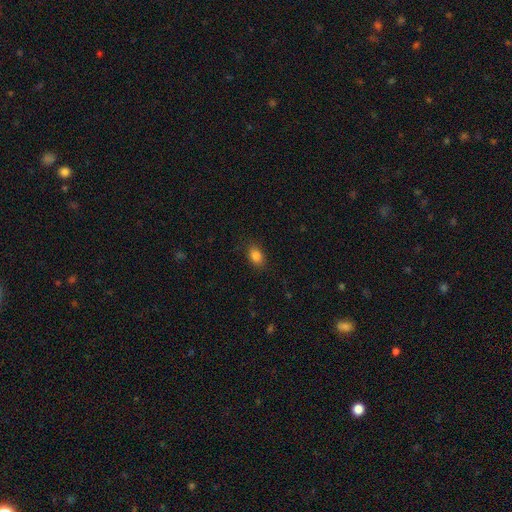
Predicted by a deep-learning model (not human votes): Smooth or featured? Predicted: smooth (p=0.85). How rounded? Predicted: in between (p=0.79). Merging? Predicted: none (p=0.85).